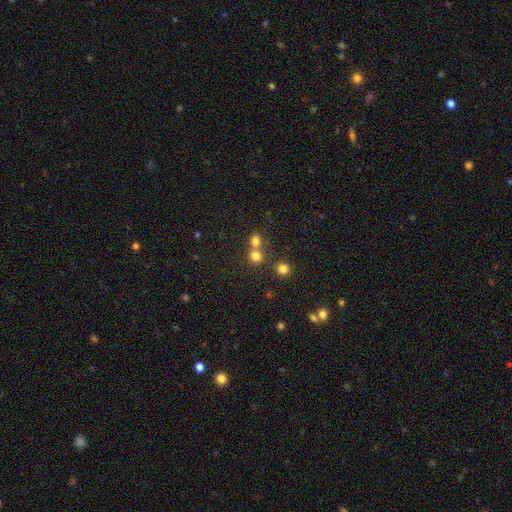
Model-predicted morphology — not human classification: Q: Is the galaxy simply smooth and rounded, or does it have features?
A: smooth — 76%.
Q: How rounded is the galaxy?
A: round — 83%.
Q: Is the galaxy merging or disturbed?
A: none — 51%.